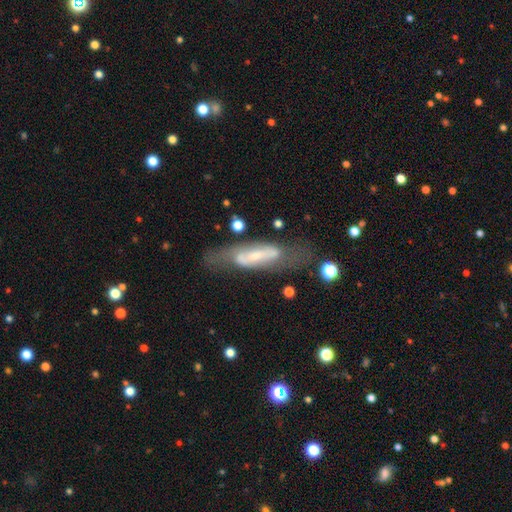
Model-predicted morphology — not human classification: Overall: featured or disk (65%; smooth 28%). Edge-on disk: no (68%; yes 32%). Merging: none (60%).